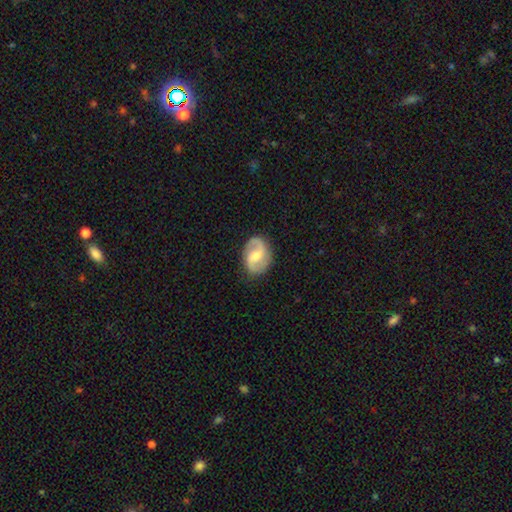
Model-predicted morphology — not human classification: A featured or disk galaxy (82%) with a weak bar (53%), 2 (92%) medium (48%) spiral arms (96%) and a moderate central bulge (60%). Merging: none (85%).